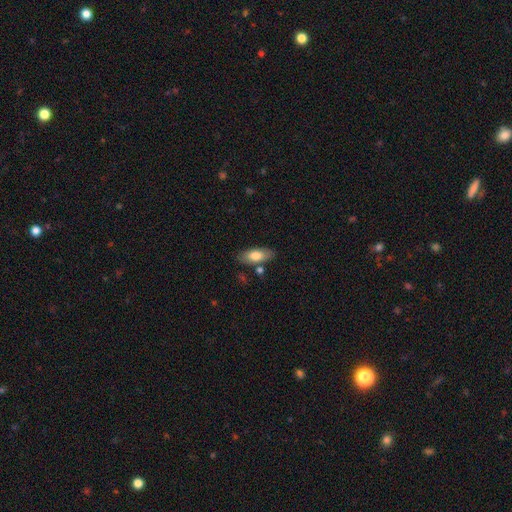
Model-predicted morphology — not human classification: A smooth galaxy with no disk features (74%) that is in between round and cigar-shaped (82%). Merging: none (77%).